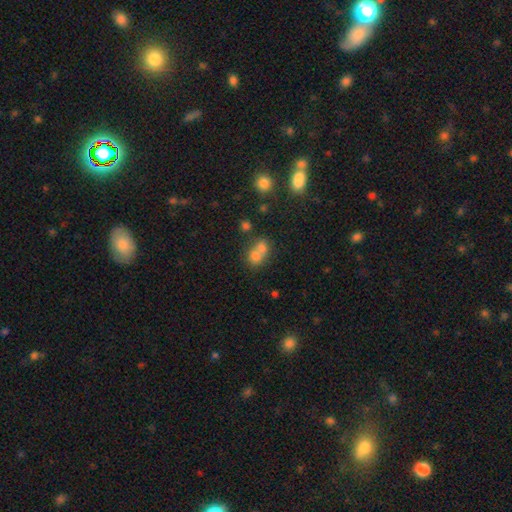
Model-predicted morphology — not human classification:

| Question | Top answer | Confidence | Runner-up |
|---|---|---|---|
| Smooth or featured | smooth | 71% | featured or disk (16%) |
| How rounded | round | 58% | in between (41%) |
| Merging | merger | 65% | none (25%) |